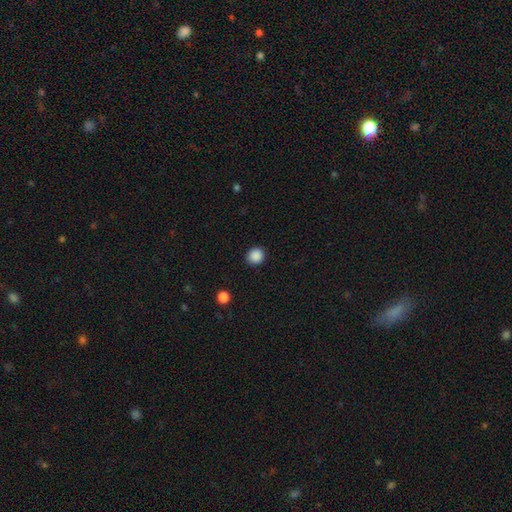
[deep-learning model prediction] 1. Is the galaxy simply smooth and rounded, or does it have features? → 88% smooth, 10% star or artifact, 2% featured or disk.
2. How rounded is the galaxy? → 90% round, 9% in between, 1% cigar-shaped.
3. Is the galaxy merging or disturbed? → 91% none, 6% minor disturbance, 2% major disturbance, 1% merger.